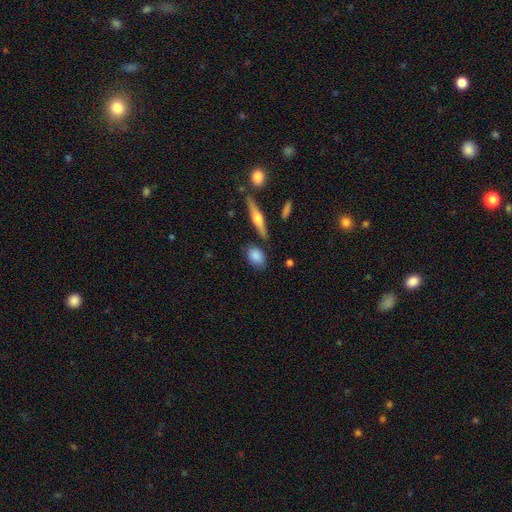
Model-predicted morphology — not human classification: The model was most divided on "merging": none: 76%, minor disturbance: 15%, merger: 6%, major disturbance: 4%. More confident: smooth or featured — smooth (81%); how rounded — in between (79%).